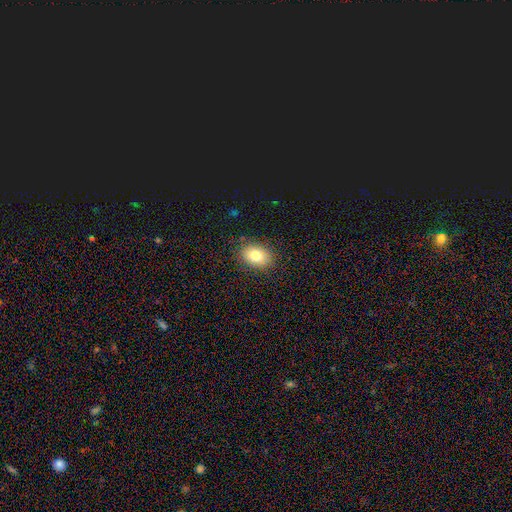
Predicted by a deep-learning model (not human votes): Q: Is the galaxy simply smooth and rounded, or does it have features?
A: smooth — 80%.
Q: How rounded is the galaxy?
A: in between — 74%.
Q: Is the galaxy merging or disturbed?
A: none — 86%.